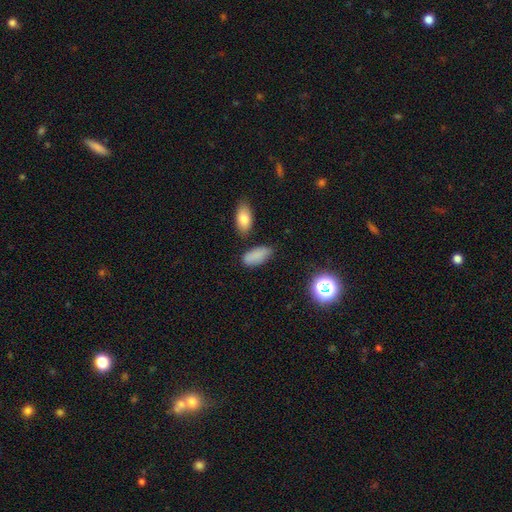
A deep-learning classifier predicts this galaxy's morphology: type=smooth (85%); roundness=in between (89%); merging=none (75%).